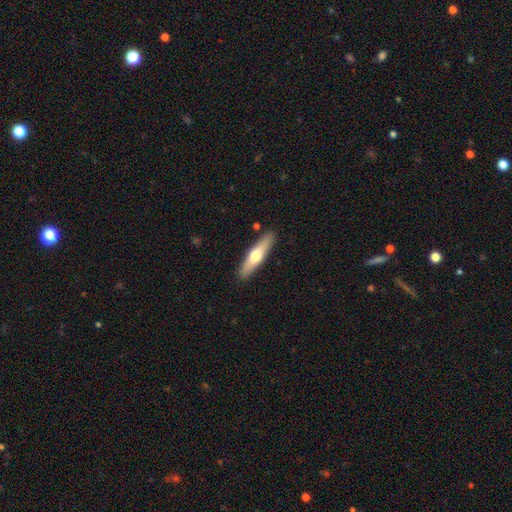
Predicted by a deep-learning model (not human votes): Smooth or featured: smooth — 52% (featured or disk — 43%)
How rounded: cigar-shaped — 77% (in between — 21%)
Merging: none — 89% (minor disturbance — 8%)